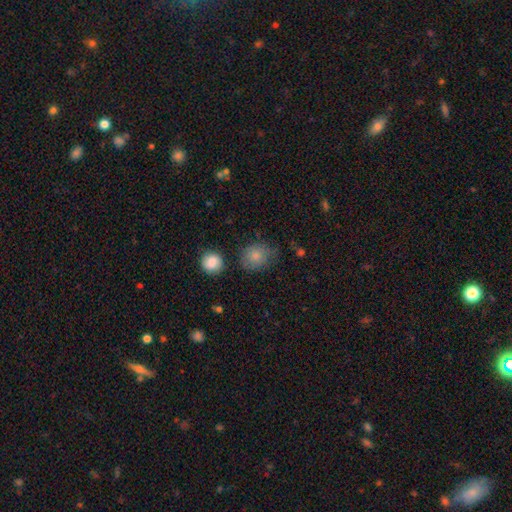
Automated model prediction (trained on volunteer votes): Q: Smooth or featured?
A: smooth (82%); runner-up: star or artifact (9%)
Q: How rounded?
A: round (72%); runner-up: in between (27%)
Q: Merging?
A: none (66%); runner-up: minor disturbance (23%)